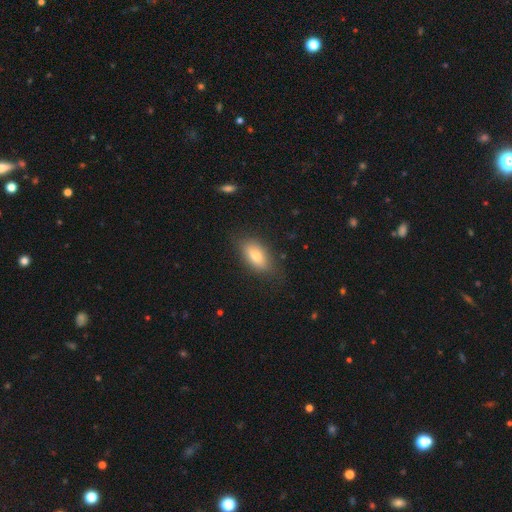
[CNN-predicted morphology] smooth-or-featured: smooth: 77% | featured or disk: 16% | star or artifact: 7%
  how-rounded: in between: 86% | cigar-shaped: 10% | round: 4%
  merging: none: 79% | minor disturbance: 16% | major disturbance: 4% | merger: 1%